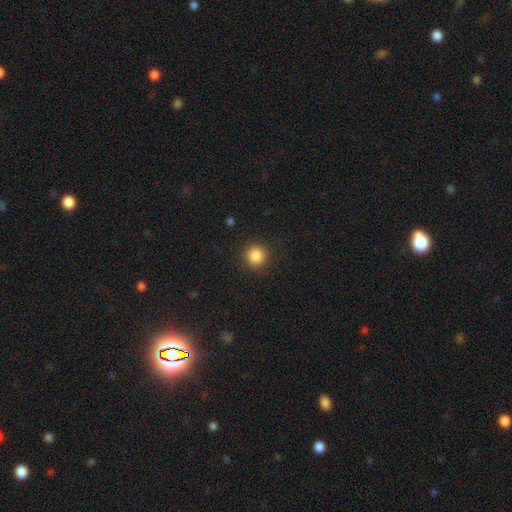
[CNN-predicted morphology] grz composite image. It shows a smooth galaxy with no disk features (86%) that is round (94%). Merging: none (90%).